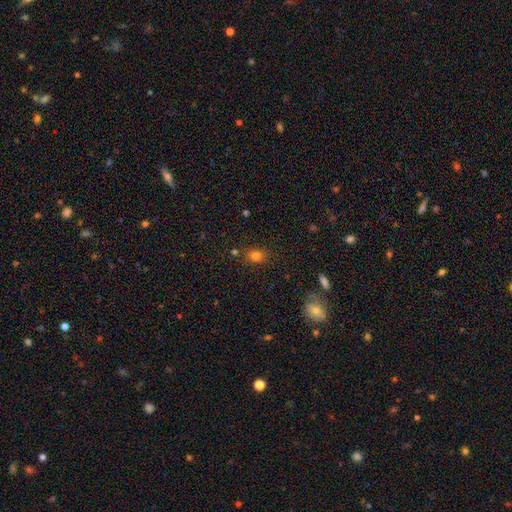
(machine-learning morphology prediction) smooth 78%, star or artifact 15%, featured or disk 7%. Down the decision tree: how rounded — in between (56%); merging — none (82%).